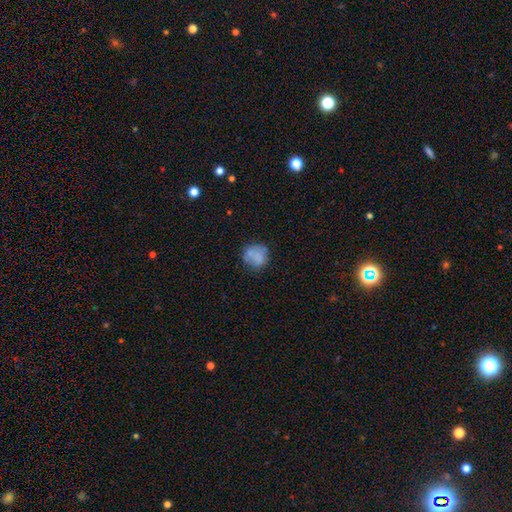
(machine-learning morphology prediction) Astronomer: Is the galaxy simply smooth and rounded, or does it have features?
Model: smooth — 70%.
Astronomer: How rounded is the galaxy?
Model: round — 78%.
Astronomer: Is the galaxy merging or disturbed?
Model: none — 59%.